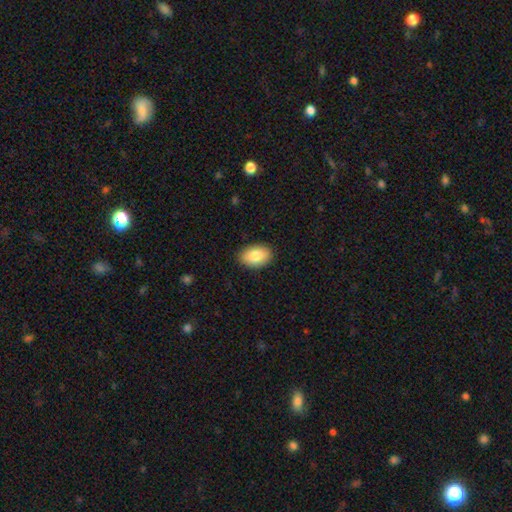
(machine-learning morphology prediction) Q: Smooth or featured?
A: smooth (84%); runner-up: featured or disk (10%)
Q: How rounded?
A: in between (89%); runner-up: round (10%)
Q: Merging?
A: none (89%); runner-up: minor disturbance (9%)